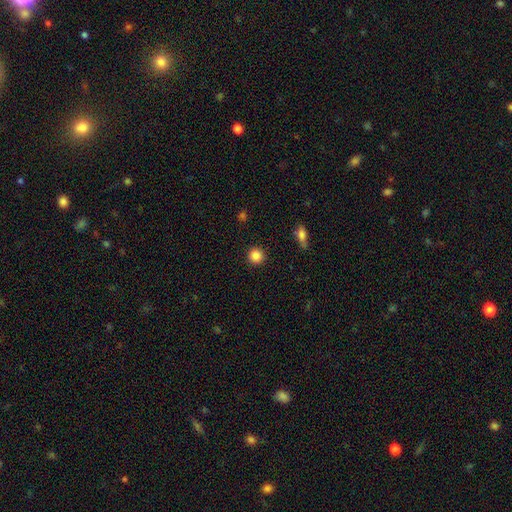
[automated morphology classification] smooth-or-featured: smooth: 86% | star or artifact: 10% | featured or disk: 4%
  how-rounded: round: 94% | in between: 5% | cigar-shaped: 1%
  merging: none: 91% | minor disturbance: 5% | major disturbance: 2% | merger: 1%